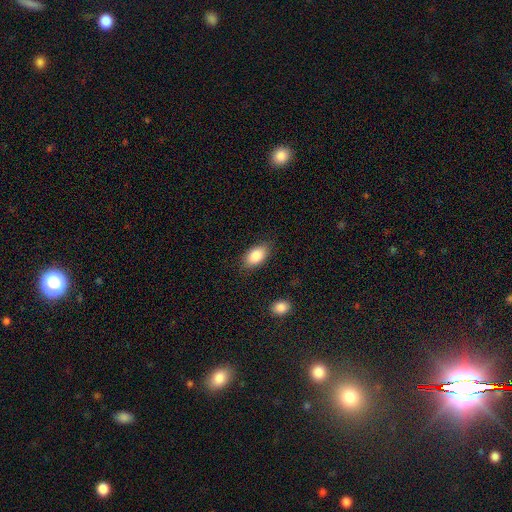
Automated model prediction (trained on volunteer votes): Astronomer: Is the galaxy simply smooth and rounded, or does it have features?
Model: smooth — 85%.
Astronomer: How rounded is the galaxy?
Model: in between — 91%.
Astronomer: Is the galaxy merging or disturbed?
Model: none — 84%.